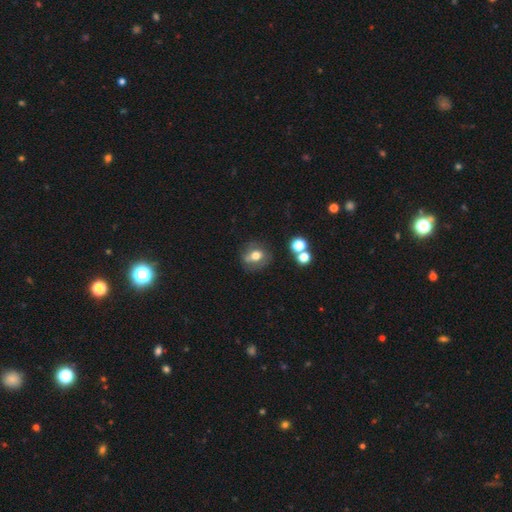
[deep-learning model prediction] This appears to be a smooth galaxy with no disk features (58%) that is round (56%). Merging: none (70%).